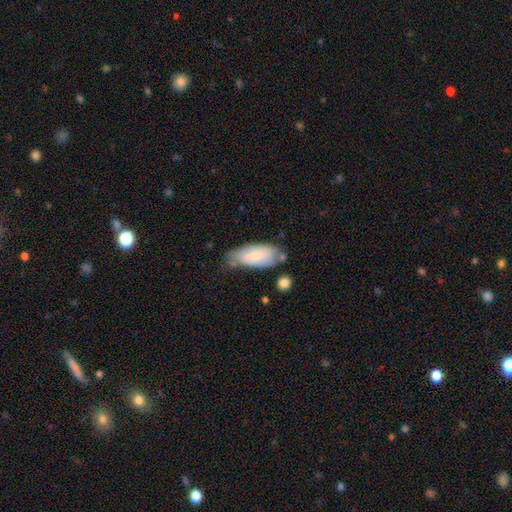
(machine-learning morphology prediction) This is likely a smooth galaxy (76%). How rounded: clearly in between (87%). Merging: possibly none (54%).